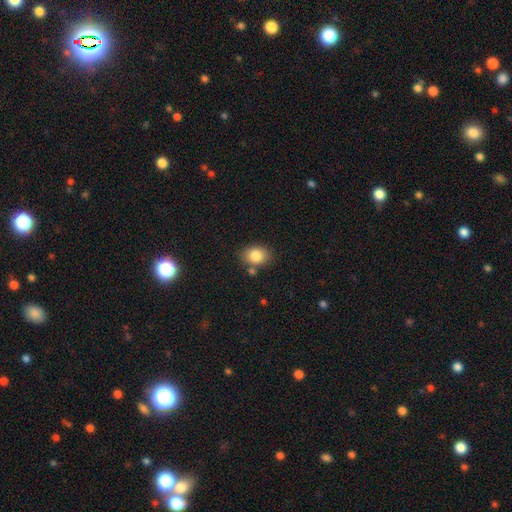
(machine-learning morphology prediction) Smooth or featured? smooth (84%)
How rounded? in between (61%)
Merging? none (75%)